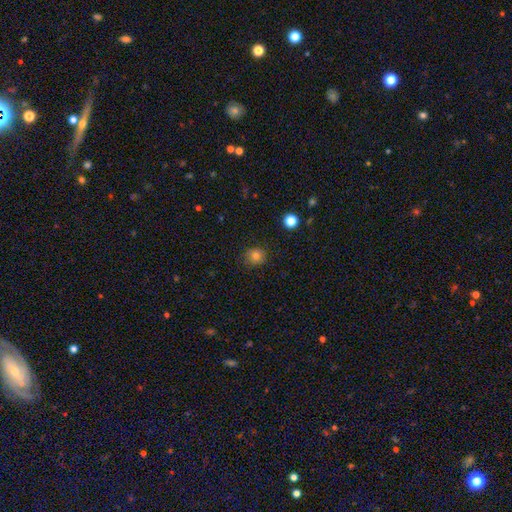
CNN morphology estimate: Smooth or featured?
  - smooth: 80% *
  - star or artifact: 13%
  - featured or disk: 7%
How rounded?
  - round: 83% *
  - in between: 17%
  - cigar-shaped: 1%
Merging?
  - none: 83% *
  - minor disturbance: 12%
  - major disturbance: 3%
  - merger: 1%